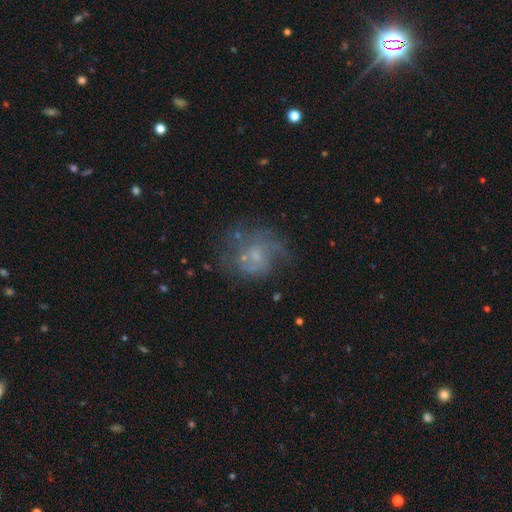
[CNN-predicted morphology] Smooth or featured?
  - featured or disk: 61% *
  - smooth: 24%
  - star or artifact: 15%
Edge-on disk?
  - no: 98% *
  - yes: 2%
Bar?
  - no: 75% *
  - weak: 22%
  - strong: 3%
Spiral arms?
  - yes: 74% *
  - no: 26%
Bulge size?
  - small: 61% *
  - none: 19%
  - moderate: 17%
  - large: 2%
  - dominant: 1%
Merging?
  - none: 56% *
  - major disturbance: 20%
  - minor disturbance: 19%
  - merger: 5%